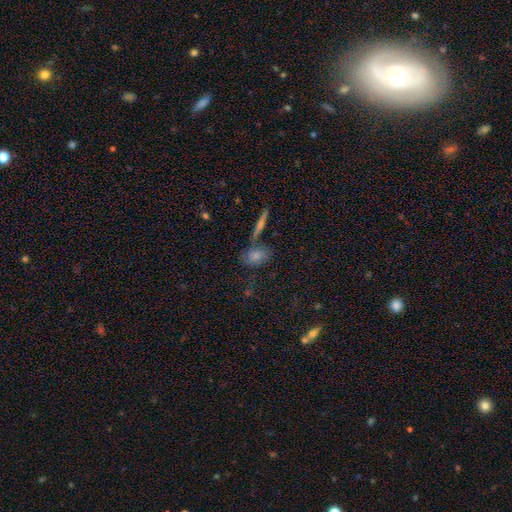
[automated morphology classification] A smooth galaxy with no disk features (51%) that is in between round and cigar-shaped (63%).

Vote fractions:
- Smooth or featured? smooth: 51% / featured or disk: 28% / star or artifact: 20%
- How rounded? in between: 63% / round: 22% / cigar-shaped: 15%
- Merging? none: 61% / merger: 18% / minor disturbance: 14% / major disturbance: 6%